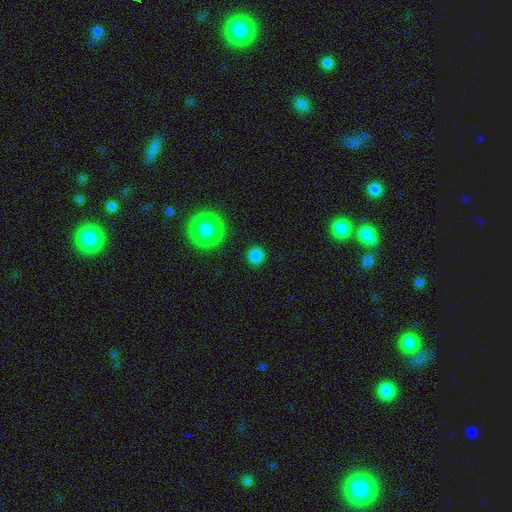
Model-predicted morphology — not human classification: This appears to be a smooth galaxy with no disk features (82%) that is round (94%). Merging: none (90%).